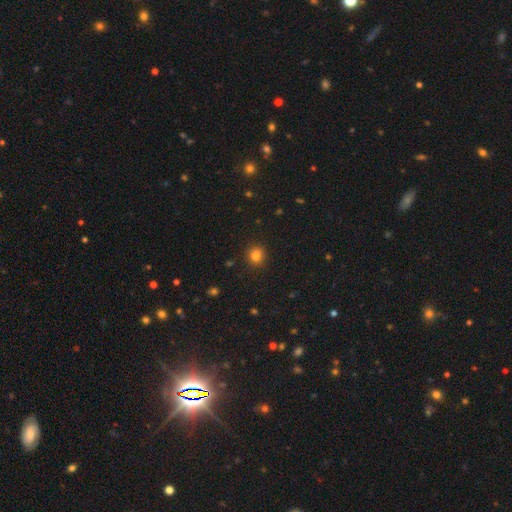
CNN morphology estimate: Q: Smooth or featured?
A: smooth (81%); runner-up: star or artifact (14%)
Q: How rounded?
A: round (85%); runner-up: in between (14%)
Q: Merging?
A: none (89%); runner-up: minor disturbance (7%)